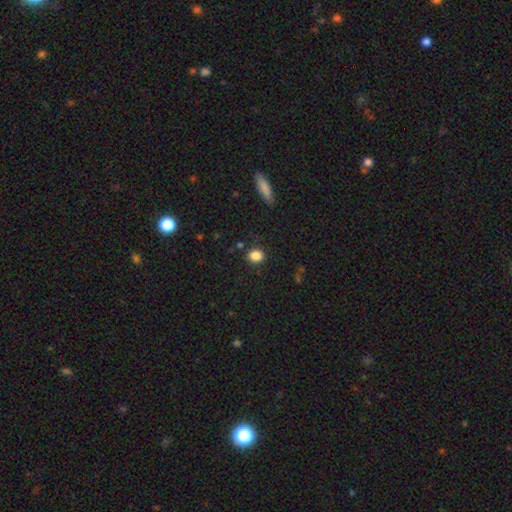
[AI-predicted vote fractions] The model was most divided on "how rounded": round: 51%, in between: 48%, cigar-shaped: 1%. More confident: smooth or featured — smooth (86%); merging — none (84%).